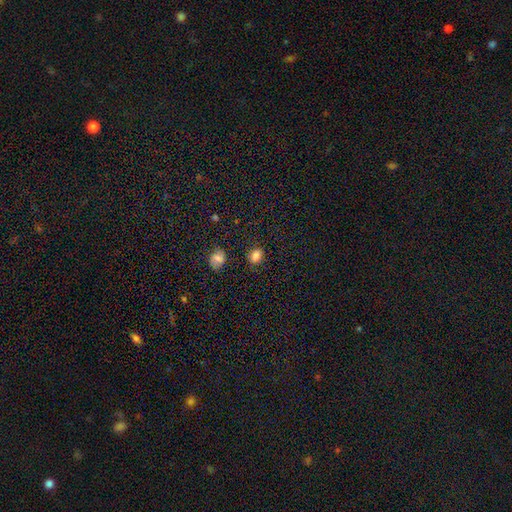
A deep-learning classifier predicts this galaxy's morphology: smooth_or_featured: smooth (p=0.82) [alt: star or artifact p=0.12]
how_rounded: in between (p=0.66) [alt: round p=0.32]
merging: none (p=0.83) [alt: minor disturbance p=0.11]